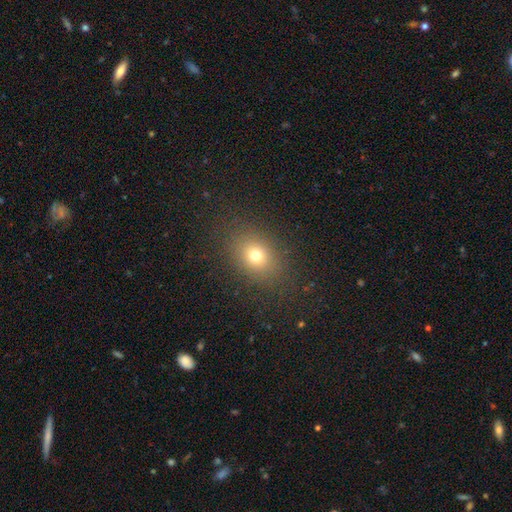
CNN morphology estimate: Smooth or featured? Predicted: smooth (p=0.72). How rounded? Predicted: in between (p=0.54). Merging? Predicted: none (p=0.85).